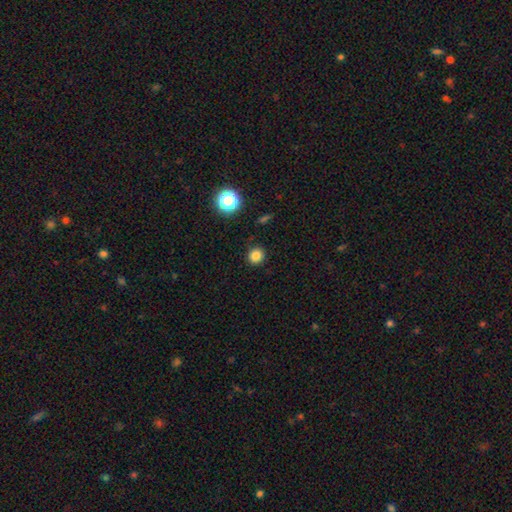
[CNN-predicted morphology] smooth 82%, star or artifact 13%, featured or disk 5%. Down the decision tree: how rounded — round (88%); merging — none (89%).